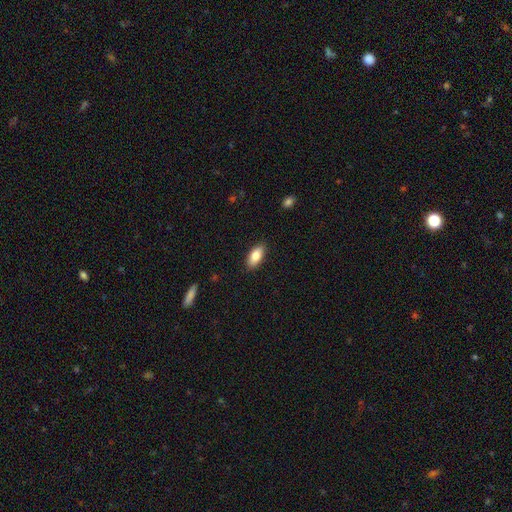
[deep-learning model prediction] smooth 82%, featured or disk 11%, star or artifact 7%. Down the decision tree: how rounded — in between (88%); merging — none (88%).